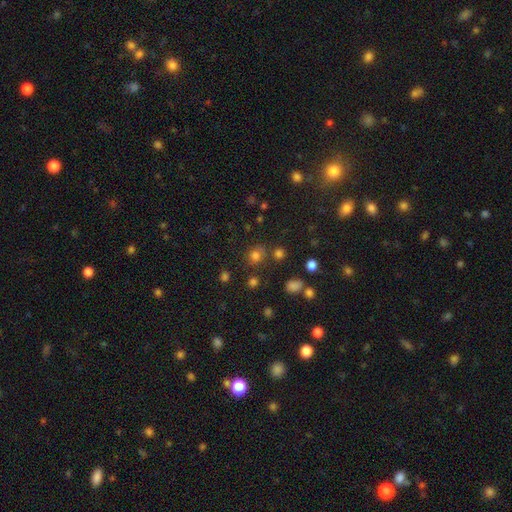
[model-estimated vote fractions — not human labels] Smooth or featured: smooth — 69% (star or artifact — 24%)
How rounded: round — 82% (in between — 17%)
Merging: none — 77% (minor disturbance — 11%)